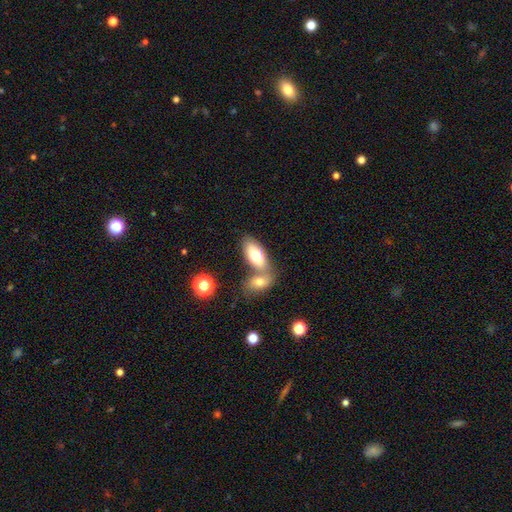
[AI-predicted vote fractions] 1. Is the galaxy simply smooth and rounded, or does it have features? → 73% smooth, 20% featured or disk, 7% star or artifact.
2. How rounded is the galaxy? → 87% in between, 10% cigar-shaped, 3% round.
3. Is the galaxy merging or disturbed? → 46% merger, 42% none, 9% minor disturbance, 3% major disturbance.